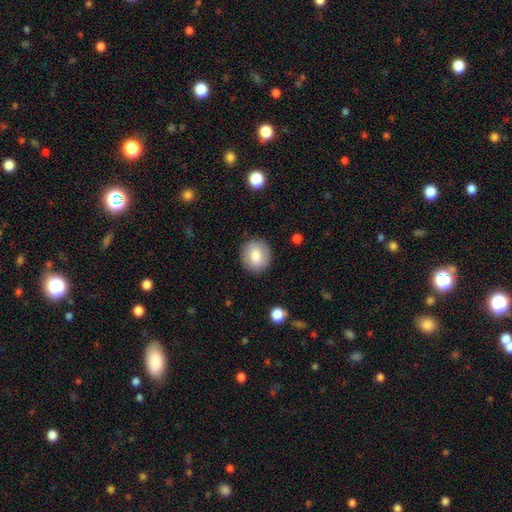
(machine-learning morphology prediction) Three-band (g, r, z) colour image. It shows a smooth galaxy with no disk features (77%) that is round (85%). Merging: none (89%).